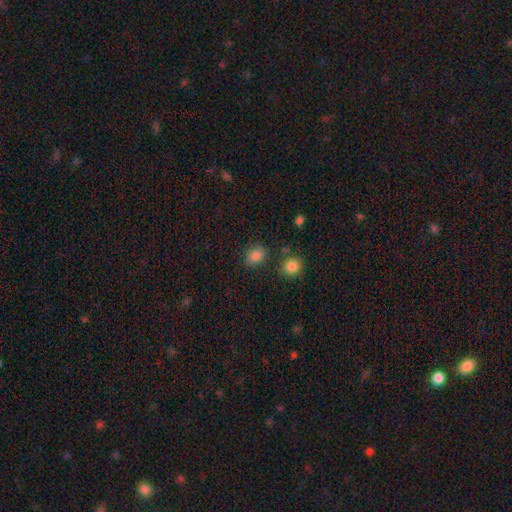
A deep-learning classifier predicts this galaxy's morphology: Smooth or featured? Predicted: smooth (p=0.83). How rounded? Predicted: round (p=0.52). Merging? Predicted: none (p=0.79).